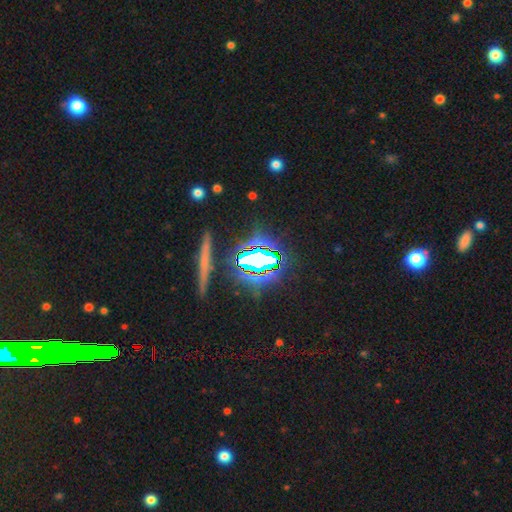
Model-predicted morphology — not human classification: A star or artifact, not a galaxy (73%).